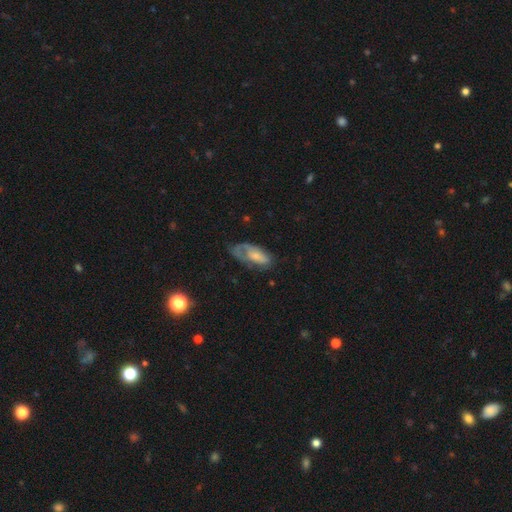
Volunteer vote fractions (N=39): A featured or disk galaxy (54%) with no bar (76%), 1 (57%) medium (57%) spiral arms (67%) and a moderate central bulge (48%).

Vote fractions:
- Smooth or featured? featured or disk: 54% / smooth: 46% / star or artifact: 0%
- Edge-on disk? no: 100% / yes: 0%
- Bar? no: 76% / weak: 14% / strong: 10%
- Spiral arms? yes: 67% / no: 33%
- Spiral winding? medium: 57% / tight: 29% / loose: 14%
- Spiral arm count? 1: 57% / 2: 21% / can't tell: 21% / 3: 0% / 4: 0% / more than 4: 0%
- Bulge size? moderate: 48% / small: 24% / large: 14% / none: 14% / dominant: 0%
- Merging? none: 44% / minor disturbance: 33% / major disturbance: 23% / merger: 0%